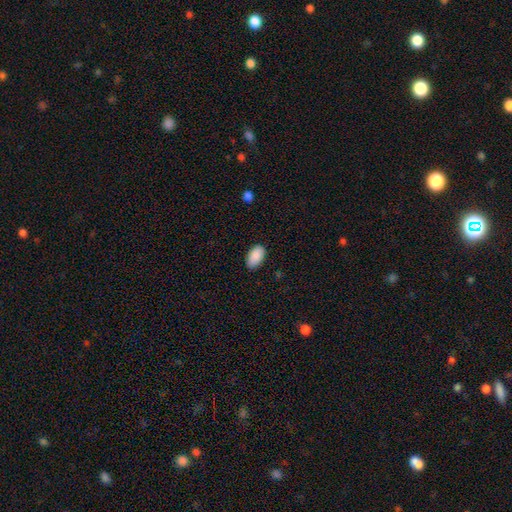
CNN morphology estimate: Smooth or featured?
  - smooth: 90% *
  - star or artifact: 7%
  - featured or disk: 3%
How rounded?
  - in between: 95% *
  - round: 4%
  - cigar-shaped: 2%
Merging?
  - none: 85% *
  - minor disturbance: 12%
  - major disturbance: 2%
  - merger: 1%